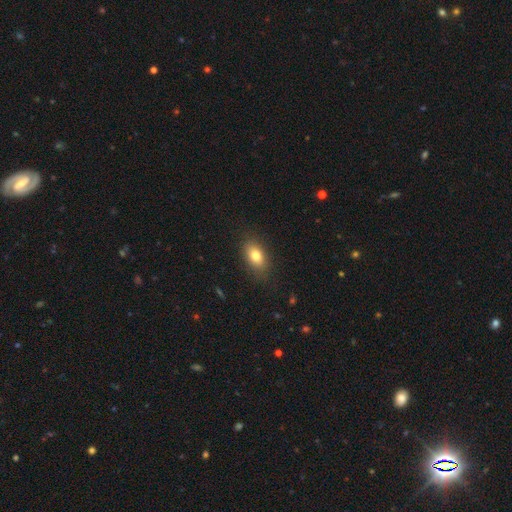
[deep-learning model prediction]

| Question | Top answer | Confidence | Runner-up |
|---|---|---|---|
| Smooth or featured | smooth | 80% | featured or disk (11%) |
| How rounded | in between | 86% | round (11%) |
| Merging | none | 84% | minor disturbance (12%) |